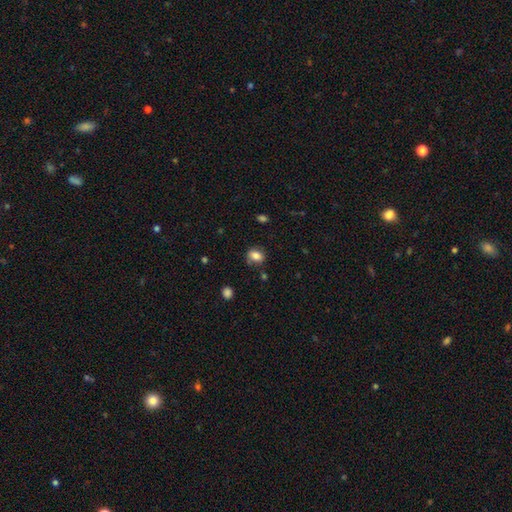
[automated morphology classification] The model was most divided on "how rounded": in between: 62%, round: 36%, cigar-shaped: 1%. More confident: smooth or featured — smooth (81%); merging — none (71%).